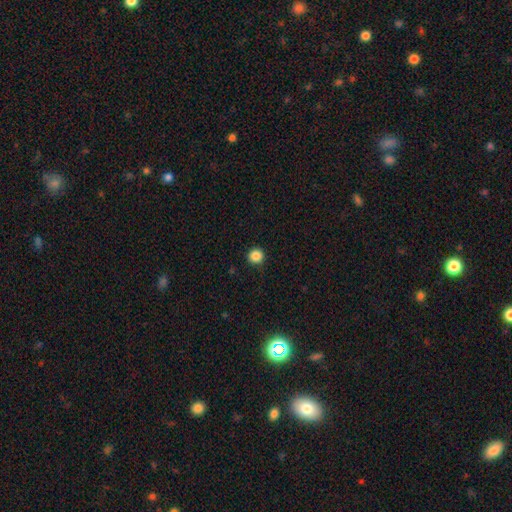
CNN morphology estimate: Smooth or featured: smooth — 86% (star or artifact — 11%)
How rounded: round — 95% (in between — 4%)
Merging: none — 92% (minor disturbance — 5%)